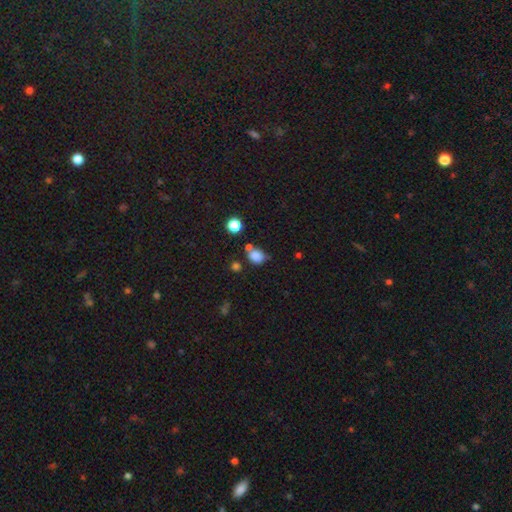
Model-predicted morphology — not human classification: The model was most divided on "how rounded": round: 64%, in between: 35%, cigar-shaped: 1%. More confident: smooth or featured — smooth (82%); merging — none (57%).